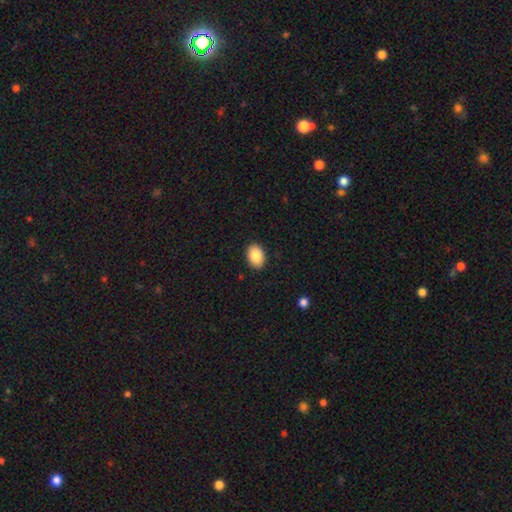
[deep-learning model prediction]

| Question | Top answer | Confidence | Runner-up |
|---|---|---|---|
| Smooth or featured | smooth | 87% | star or artifact (7%) |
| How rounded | in between | 82% | round (17%) |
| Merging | none | 90% | minor disturbance (7%) |